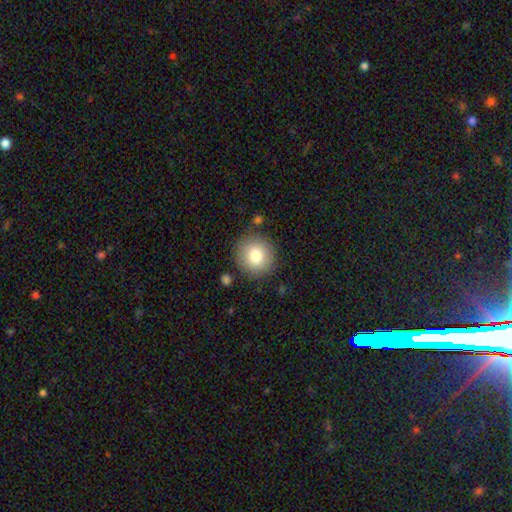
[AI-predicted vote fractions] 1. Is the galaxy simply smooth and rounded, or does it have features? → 81% smooth, 10% featured or disk, 9% star or artifact.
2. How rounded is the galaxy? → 92% round, 7% in between, 1% cigar-shaped.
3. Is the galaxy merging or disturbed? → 85% none, 9% minor disturbance, 3% major disturbance, 3% merger.